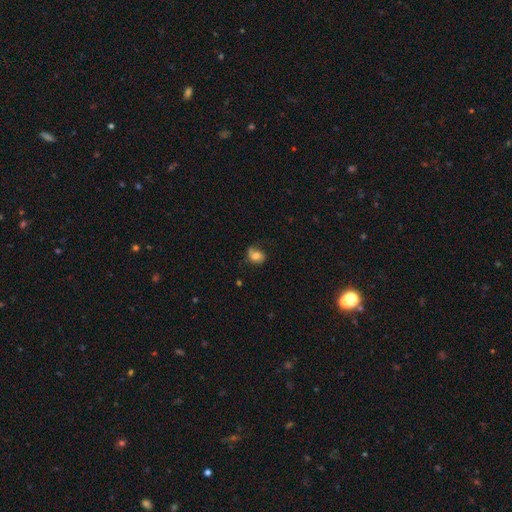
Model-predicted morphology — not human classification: A smooth galaxy with no disk features (65%) that is in between round and cigar-shaped (58%).

Vote fractions:
- Smooth or featured? smooth: 65% / featured or disk: 25% / star or artifact: 10%
- How rounded? in between: 58% / round: 41% / cigar-shaped: 1%
- Merging? none: 49% / minor disturbance: 30% / major disturbance: 14% / merger: 7%